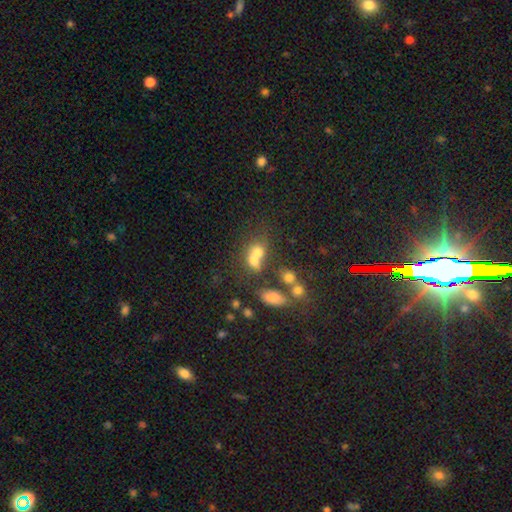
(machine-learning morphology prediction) smooth 66%, featured or disk 18%, star or artifact 17%. Down the decision tree: how rounded — round (49%); merging — merger (56%).